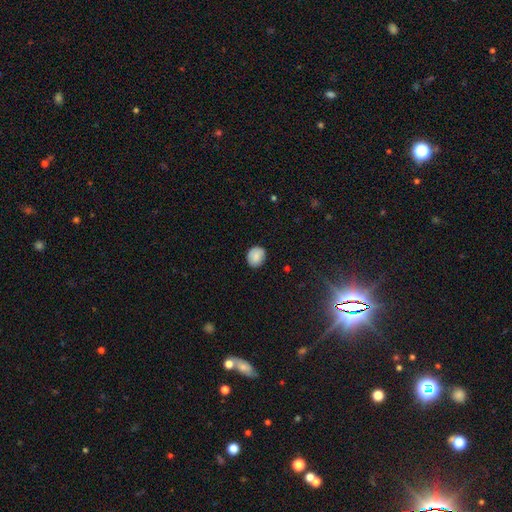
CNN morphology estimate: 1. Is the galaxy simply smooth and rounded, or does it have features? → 84% smooth, 8% featured or disk, 8% star or artifact.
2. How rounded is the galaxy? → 66% round, 33% in between, 1% cigar-shaped.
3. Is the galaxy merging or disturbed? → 82% none, 14% minor disturbance, 3% major disturbance, 1% merger.